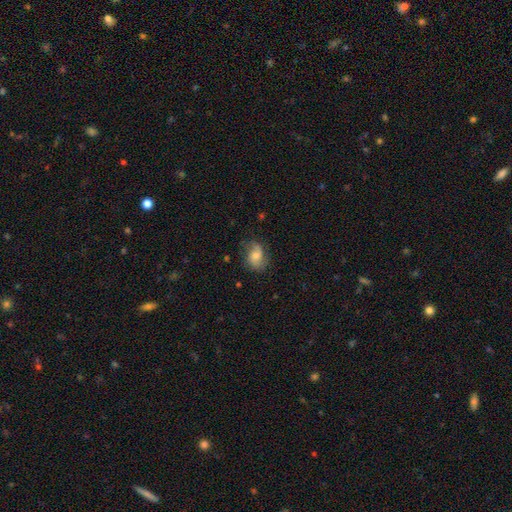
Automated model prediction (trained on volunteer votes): This appears to be a featured or disk galaxy (46%). Merging: none (68%).